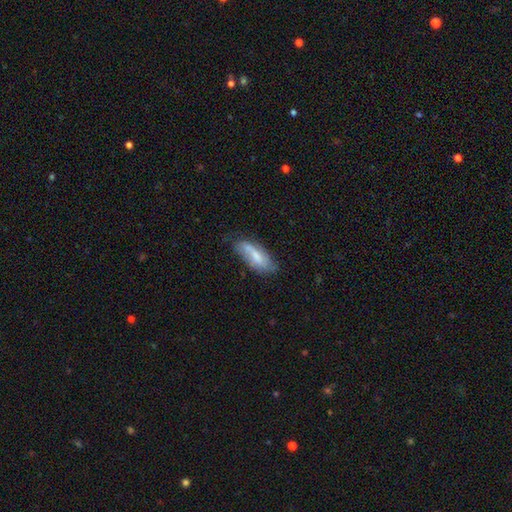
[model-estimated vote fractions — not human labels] A smooth galaxy with no disk features (58%) that is in between round and cigar-shaped (72%).

Vote fractions:
- Smooth or featured? smooth: 58% / featured or disk: 34% / star or artifact: 7%
- How rounded? in between: 72% / cigar-shaped: 26% / round: 2%
- Merging? none: 53% / minor disturbance: 32% / major disturbance: 11% / merger: 4%